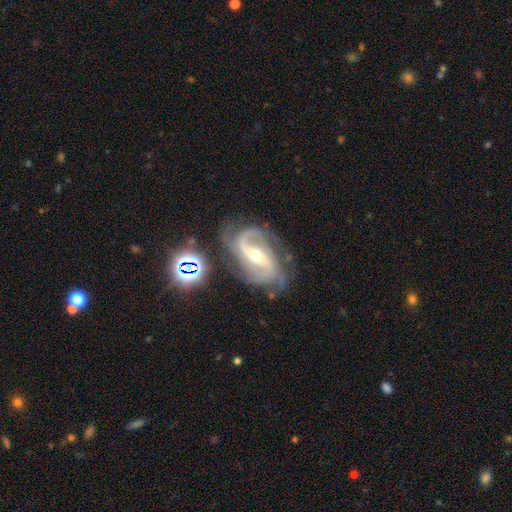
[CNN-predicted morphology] Smooth or featured? featured or disk (91%)
Edge-on disk? no (97%)
Bar? weak (40%, tied with strong)
Spiral arms? yes (98%)
Spiral winding? medium (54%)
Spiral arm count? 2 (57%)
Bulge size? moderate (57%)
Merging? none (65%)